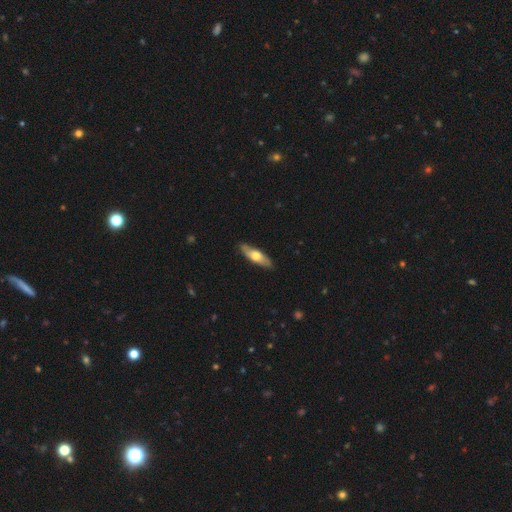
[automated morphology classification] This is possibly a smooth galaxy (54%). How rounded: possibly cigar-shaped (51%). Merging: clearly none (86%).